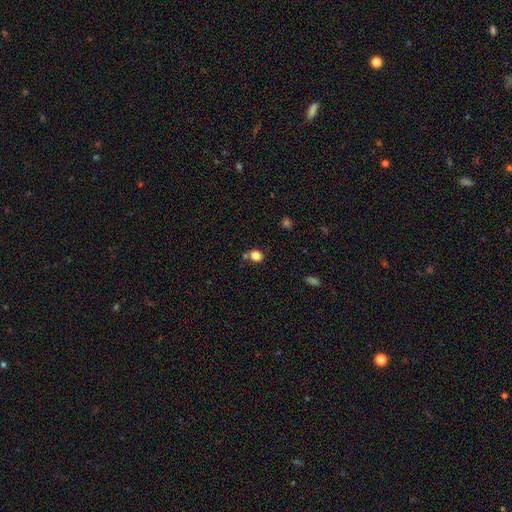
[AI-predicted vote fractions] Smooth or featured? Predicted: smooth (p=0.84). How rounded? Predicted: round (p=0.75). Merging? Predicted: none (p=0.64).